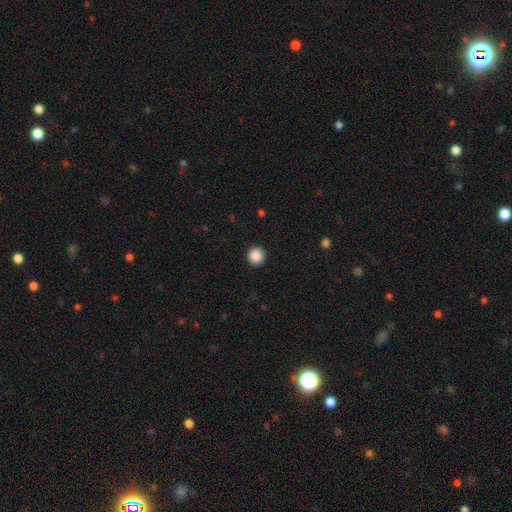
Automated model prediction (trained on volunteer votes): Morphology: type=smooth (89%); roundness=round (92%); merging=none (93%).